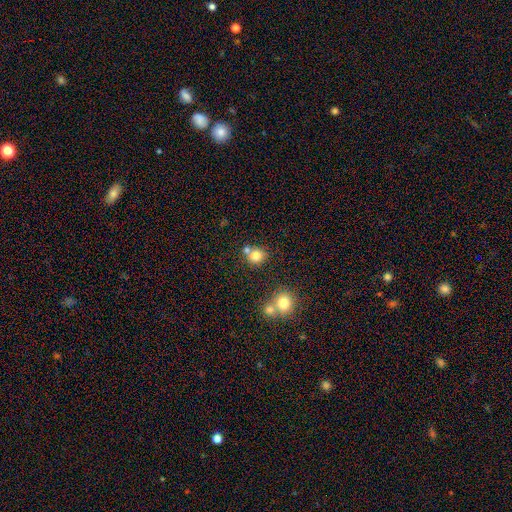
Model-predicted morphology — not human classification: Smooth or featured: smooth — 80% (star or artifact — 12%)
How rounded: round — 84% (in between — 15%)
Merging: none — 57% (merger — 30%)